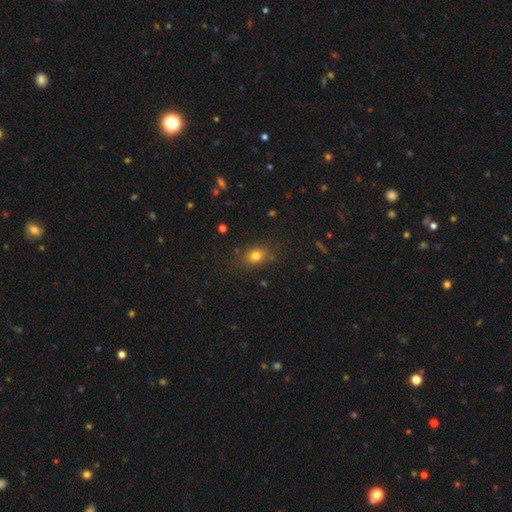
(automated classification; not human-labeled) Smooth or featured?
  - smooth: 77% *
  - star or artifact: 15%
  - featured or disk: 8%
How rounded?
  - in between: 50% *
  - round: 48%
  - cigar-shaped: 1%
Merging?
  - none: 80% *
  - minor disturbance: 13%
  - major disturbance: 4%
  - merger: 2%